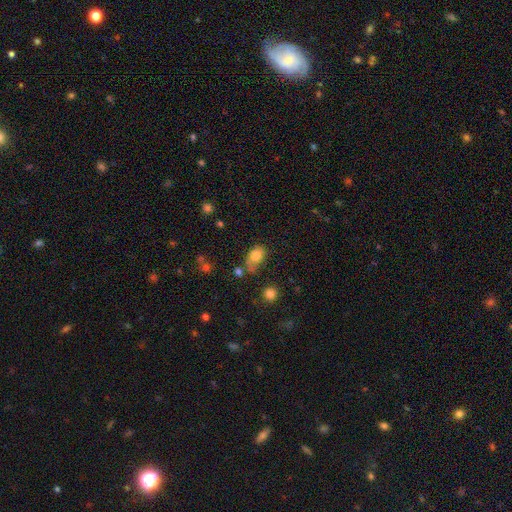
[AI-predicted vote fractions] Q: Smooth or featured?
A: smooth (79%); runner-up: featured or disk (11%)
Q: How rounded?
A: in between (79%); runner-up: round (20%)
Q: Merging?
A: none (47%); runner-up: minor disturbance (27%)